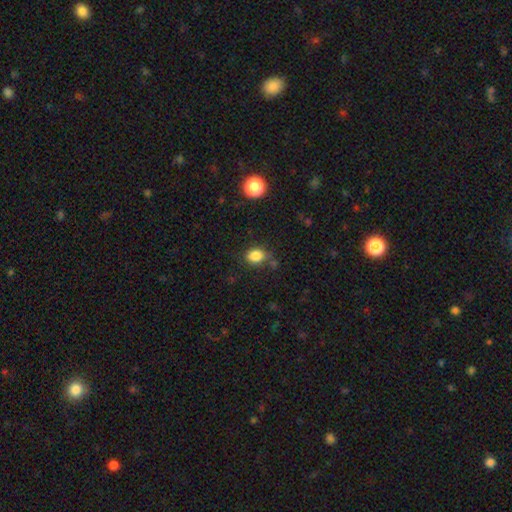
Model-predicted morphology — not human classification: This is clearly a smooth galaxy (84%). How rounded: possibly in between (57%). Merging: likely none (74%).